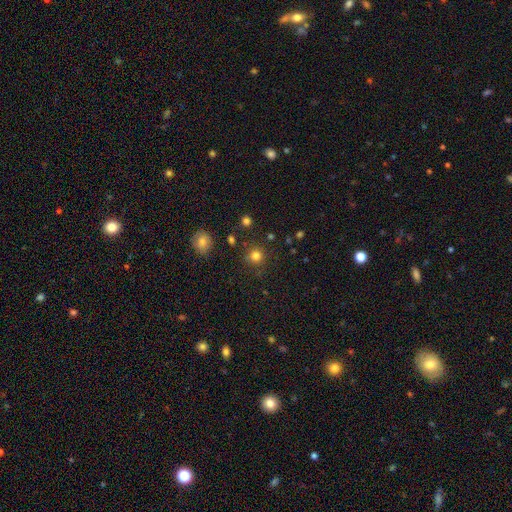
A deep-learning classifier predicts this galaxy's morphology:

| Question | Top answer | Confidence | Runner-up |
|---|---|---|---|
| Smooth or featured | smooth | 79% | star or artifact (15%) |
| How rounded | round | 92% | in between (7%) |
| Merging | none | 84% | minor disturbance (8%) |